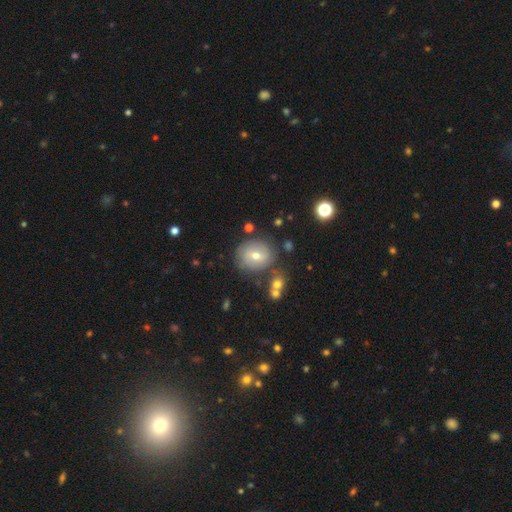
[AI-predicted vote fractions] Overall: smooth (57%; featured or disk 34%). How rounded: round (77%). Merging: none (77%).